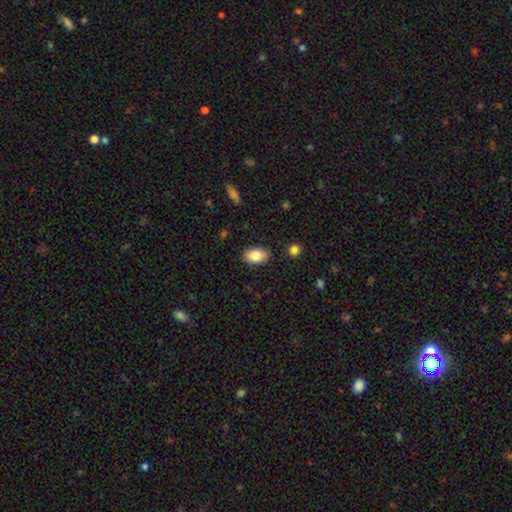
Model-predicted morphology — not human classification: type=smooth (82%); roundness=in between (91%); merging=none (87%).